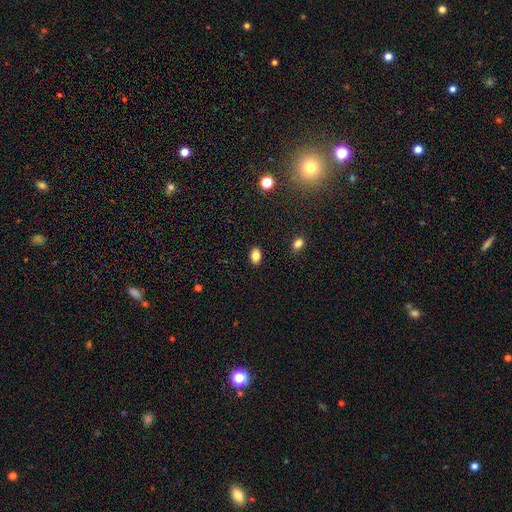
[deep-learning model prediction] Smooth or featured?
  - smooth: 83% *
  - star or artifact: 9%
  - featured or disk: 8%
How rounded?
  - in between: 86% *
  - round: 12%
  - cigar-shaped: 2%
Merging?
  - none: 89% *
  - minor disturbance: 8%
  - major disturbance: 2%
  - merger: 1%